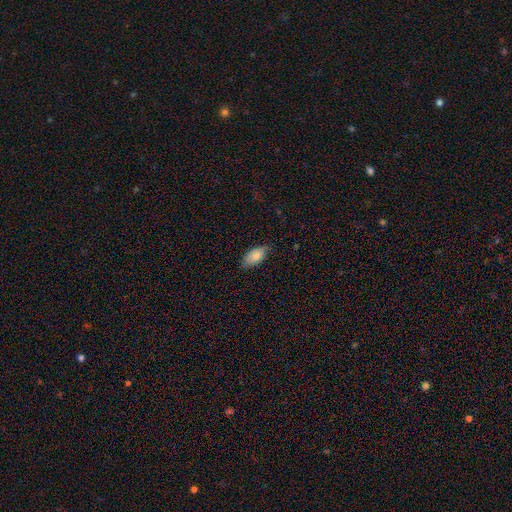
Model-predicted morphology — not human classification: This is clearly a smooth galaxy (82%). How rounded: clearly in between (93%). Merging: likely none (73%).